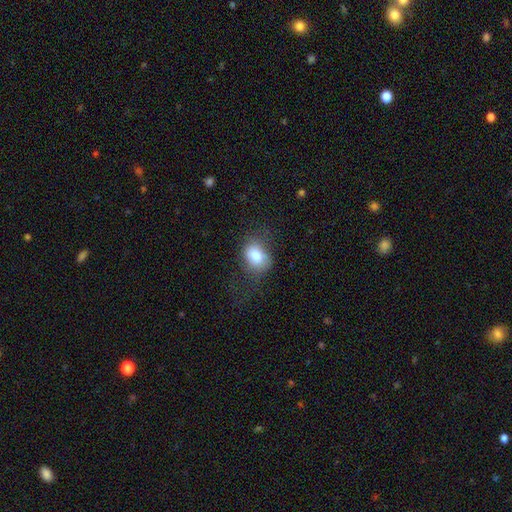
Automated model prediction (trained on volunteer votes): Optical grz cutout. It shows a smooth galaxy with no disk features (80%) that is in between round and cigar-shaped (62%). Merging: none (57%).